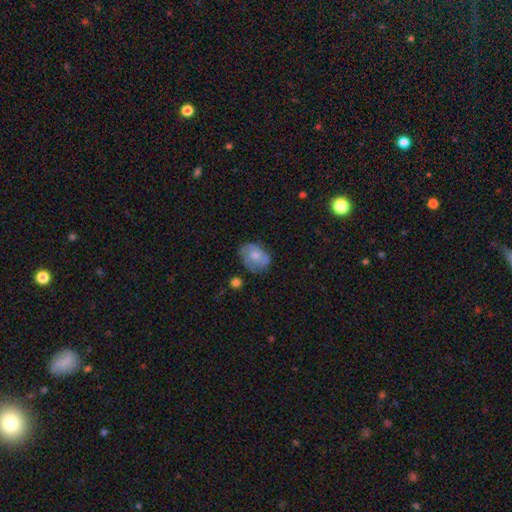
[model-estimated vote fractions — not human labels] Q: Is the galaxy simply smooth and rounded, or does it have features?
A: smooth — 57%.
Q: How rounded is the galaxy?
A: in between — 69%.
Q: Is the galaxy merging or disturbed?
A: none — 62%.